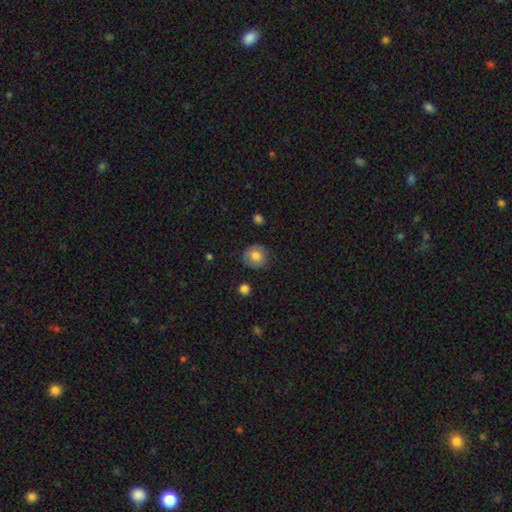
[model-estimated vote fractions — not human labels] Smooth or featured?
  - smooth: 78% *
  - featured or disk: 13%
  - star or artifact: 9%
How rounded?
  - round: 85% *
  - in between: 14%
  - cigar-shaped: 1%
Merging?
  - none: 79% *
  - minor disturbance: 17%
  - major disturbance: 3%
  - merger: 1%